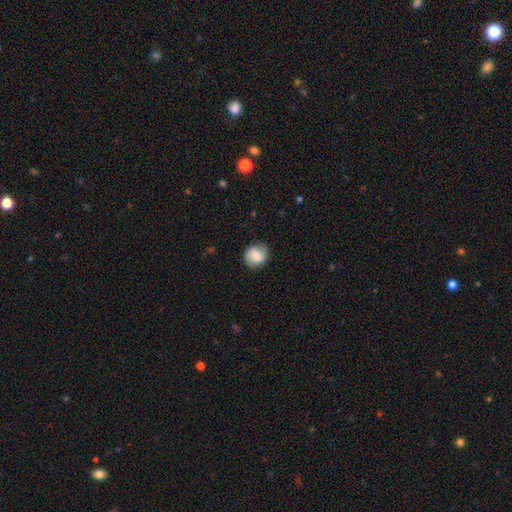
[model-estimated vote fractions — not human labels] This is likely a smooth galaxy (78%). How rounded: likely round (78%). Merging: likely none (75%).